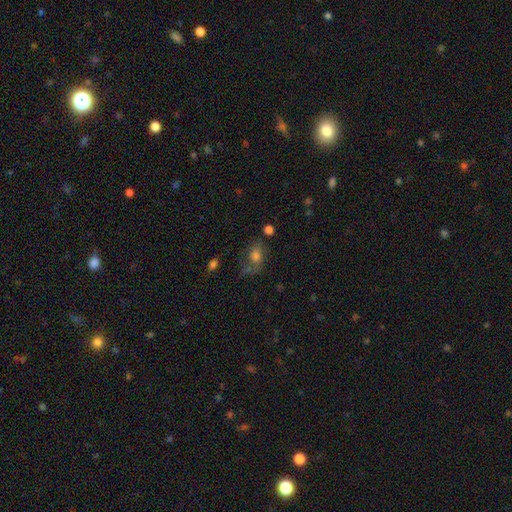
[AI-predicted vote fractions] This appears to be a smooth galaxy with no disk features (66%) that is in between round and cigar-shaped (73%). Merging: none (49%).